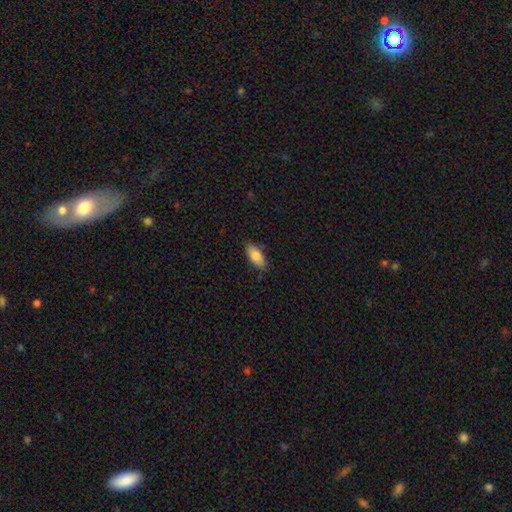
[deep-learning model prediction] Overall: smooth (82%). How rounded: in between (89%). Merging: none (82%).